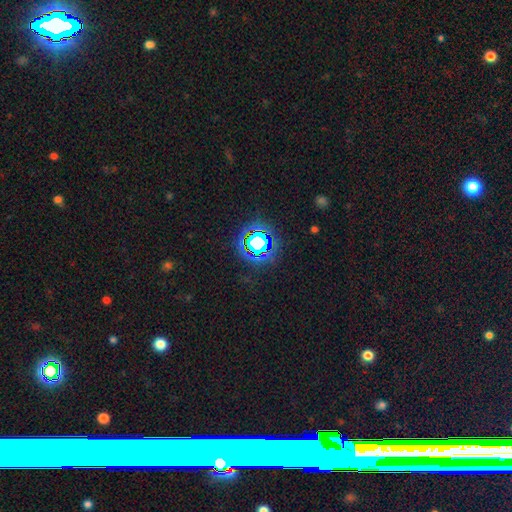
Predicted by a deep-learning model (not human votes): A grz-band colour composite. It shows a star or artifact, not a galaxy (57%).